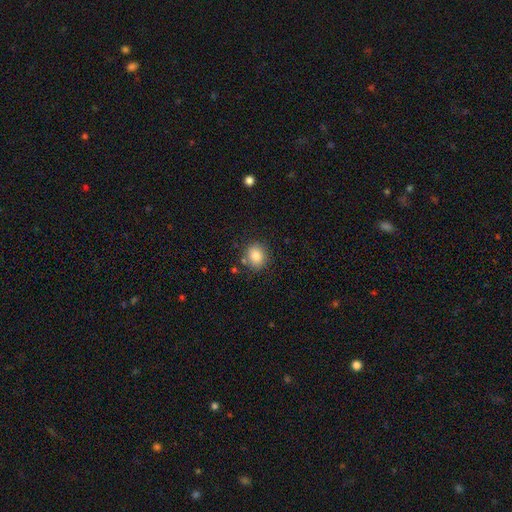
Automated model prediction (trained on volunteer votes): Morphology: type=smooth (84%); roundness=round (71%); merging=none (83%).